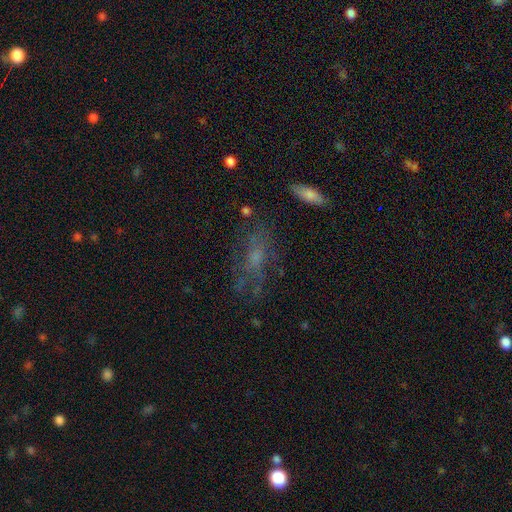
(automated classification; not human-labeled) smooth_or_featured: featured or disk (p=0.49) [alt: smooth p=0.35]
merging: none (p=0.58) [alt: minor disturbance p=0.20]